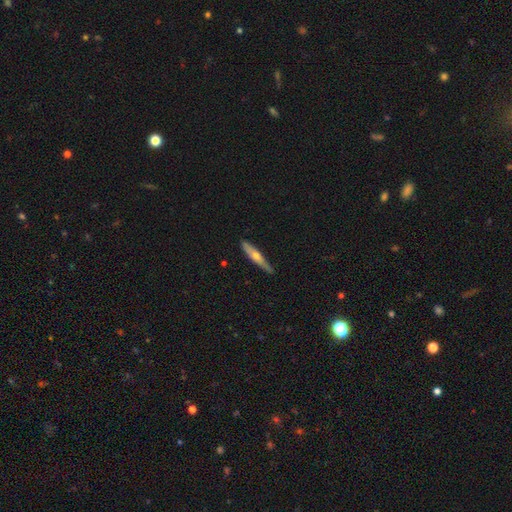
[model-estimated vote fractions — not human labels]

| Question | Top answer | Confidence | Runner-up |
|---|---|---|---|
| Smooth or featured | featured or disk | 50% | smooth (44%) |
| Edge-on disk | yes | 92% | no (8%) |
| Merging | none | 81% | minor disturbance (16%) |